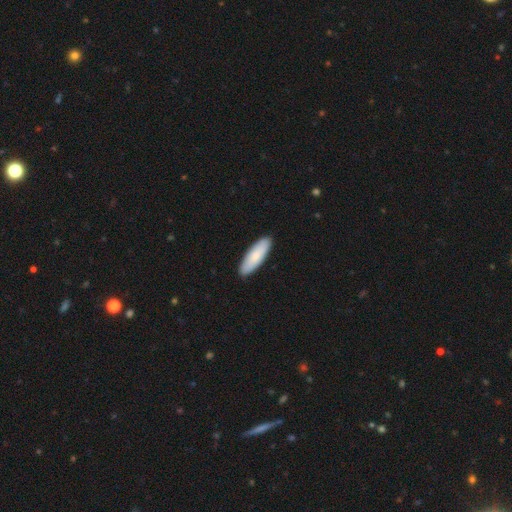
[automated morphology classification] smooth-or-featured: smooth: 83% | featured or disk: 13% | star or artifact: 5%
  how-rounded: in between: 53% | cigar-shaped: 45% | round: 2%
  merging: none: 91% | minor disturbance: 7% | major disturbance: 1% | merger: 1%